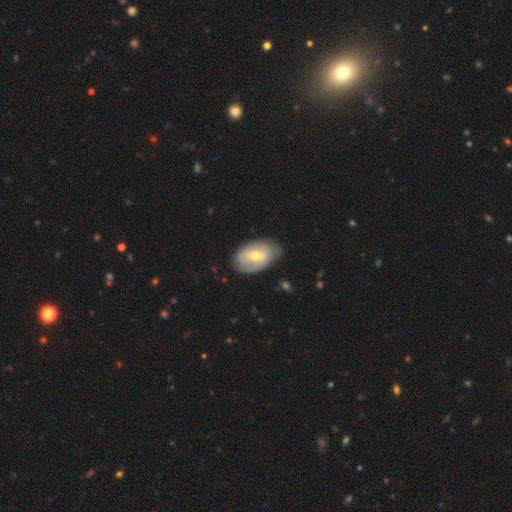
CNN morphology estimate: smooth_or_featured: featured or disk (p=0.47) [tied with: smooth p=0.47]
merging: none (p=0.70) [alt: minor disturbance p=0.23]